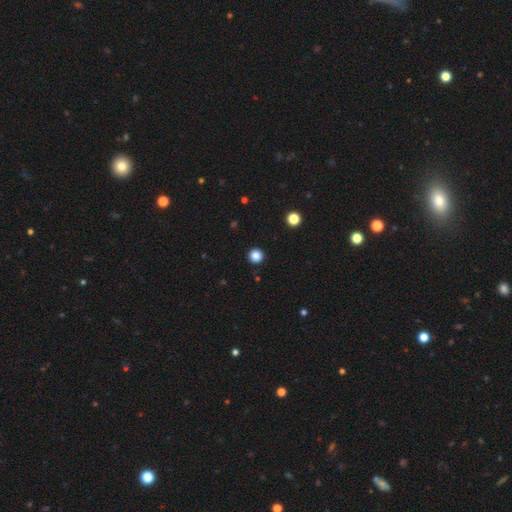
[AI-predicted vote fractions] This is clearly a smooth galaxy (86%). How rounded: clearly round (96%). Merging: clearly none (93%).